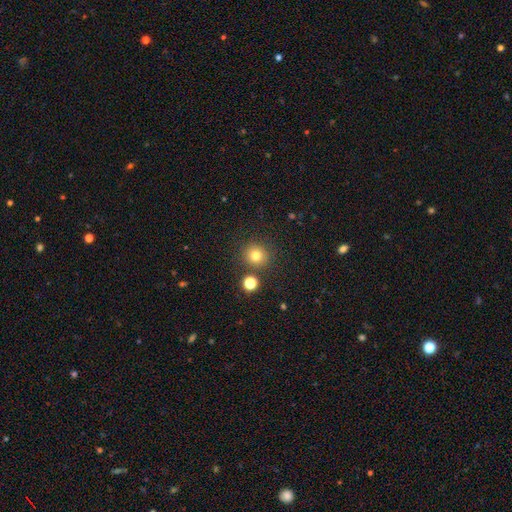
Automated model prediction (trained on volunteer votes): smooth_or_featured: smooth (p=0.78) [alt: star or artifact p=0.15]
how_rounded: round (p=0.92) [alt: in between p=0.07]
merging: none (p=0.83) [alt: minor disturbance p=0.08]